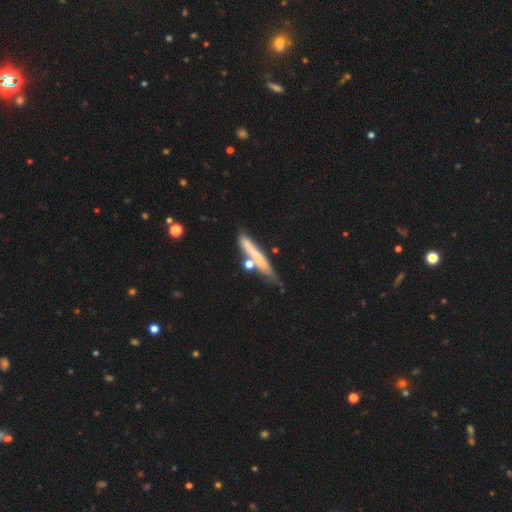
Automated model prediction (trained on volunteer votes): Smooth or featured? Predicted: smooth (p=0.55). How rounded? Predicted: cigar-shaped (p=0.92). Merging? Predicted: none (p=0.56).